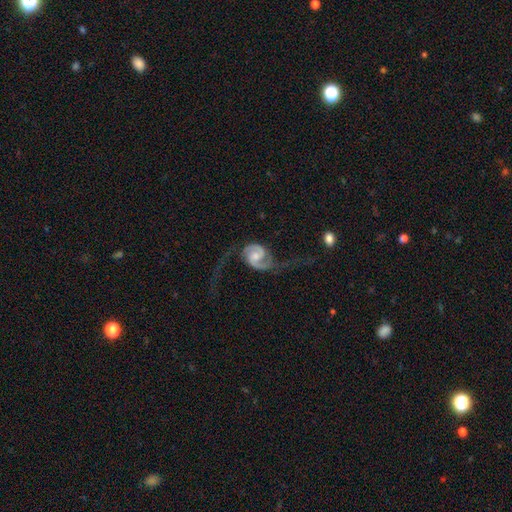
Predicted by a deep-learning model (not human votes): Morphology: type=featured or disk (89%); edge-on=no (98%); bar=no (51%); spiral arms=yes (97%); winding=loose (51%); arm count=2 (92%); bulge=moderate (49%); merging=none (46%).